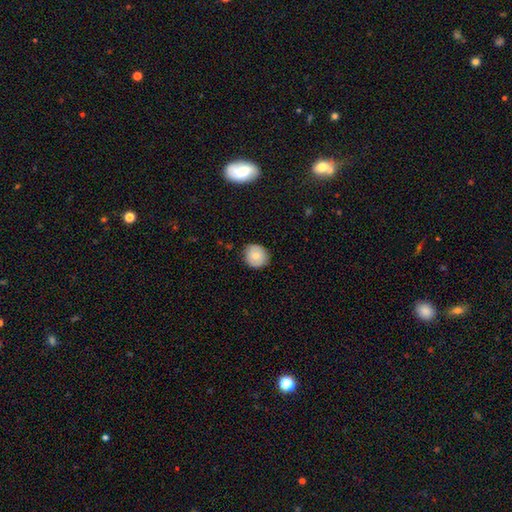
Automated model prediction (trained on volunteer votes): smooth-or-featured: smooth: 76% | featured or disk: 16% | star or artifact: 8%
  how-rounded: round: 88% | in between: 11% | cigar-shaped: 1%
  merging: none: 86% | minor disturbance: 11% | major disturbance: 2% | merger: 1%